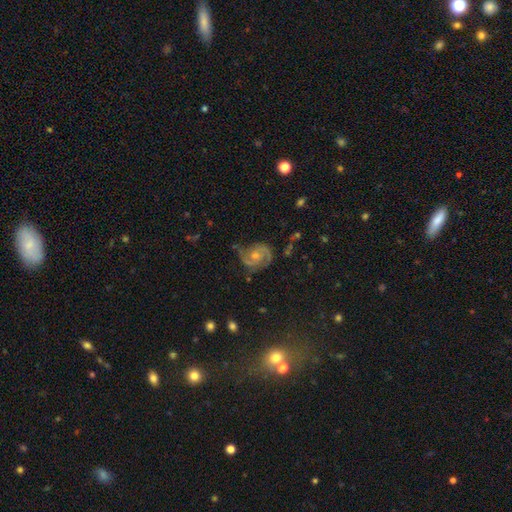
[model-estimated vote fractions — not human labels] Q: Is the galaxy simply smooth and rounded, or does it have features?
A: featured or disk — 78%.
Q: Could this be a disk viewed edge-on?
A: no — 97%.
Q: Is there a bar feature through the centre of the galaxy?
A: no — 71%.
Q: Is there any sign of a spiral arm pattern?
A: yes — 94%.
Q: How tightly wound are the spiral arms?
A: medium — 44%, tied with tight.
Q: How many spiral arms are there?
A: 2 — 66%.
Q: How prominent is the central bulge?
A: moderate — 52%.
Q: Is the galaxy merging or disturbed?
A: none — 64%.